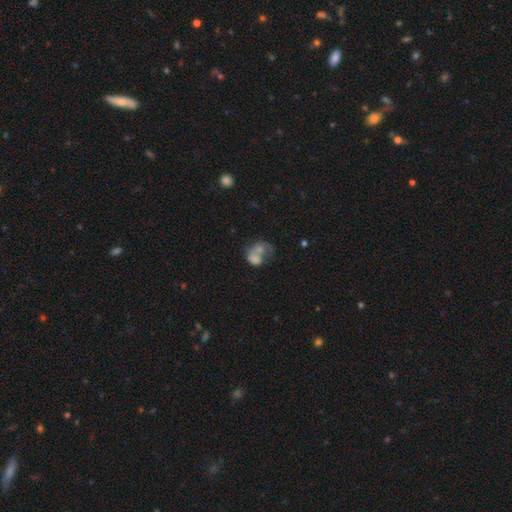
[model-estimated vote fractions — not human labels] Smooth or featured: smooth — 51% (featured or disk — 38%)
How rounded: in between — 57% (round — 42%)
Merging: merger — 47% (major disturbance — 24%)